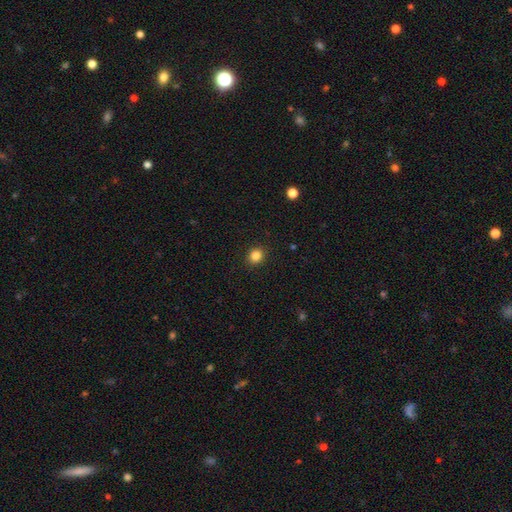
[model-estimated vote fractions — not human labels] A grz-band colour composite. It shows a smooth galaxy with no disk features (85%) that is round (81%). Merging: none (92%).